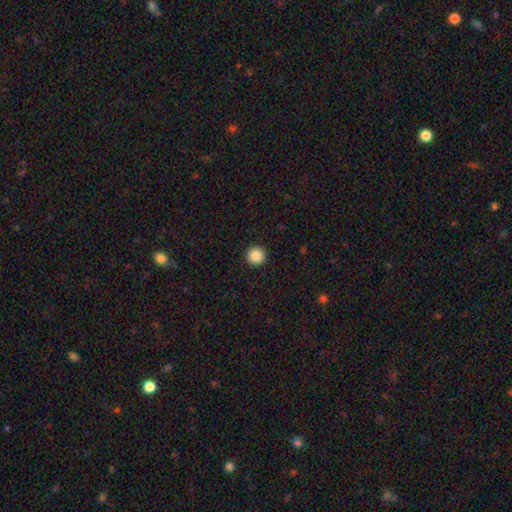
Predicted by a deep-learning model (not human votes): Q: Smooth or featured?
A: smooth (87%); runner-up: star or artifact (9%)
Q: How rounded?
A: round (96%); runner-up: in between (3%)
Q: Merging?
A: none (94%); runner-up: minor disturbance (4%)